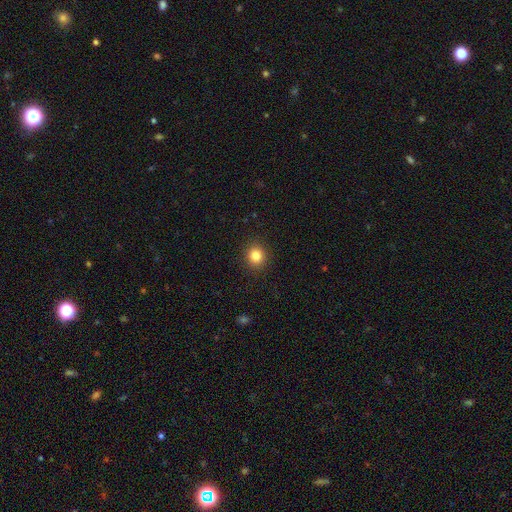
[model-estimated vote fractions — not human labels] Smooth or featured? Predicted: smooth (p=0.84). How rounded? Predicted: round (p=0.86). Merging? Predicted: none (p=0.91).